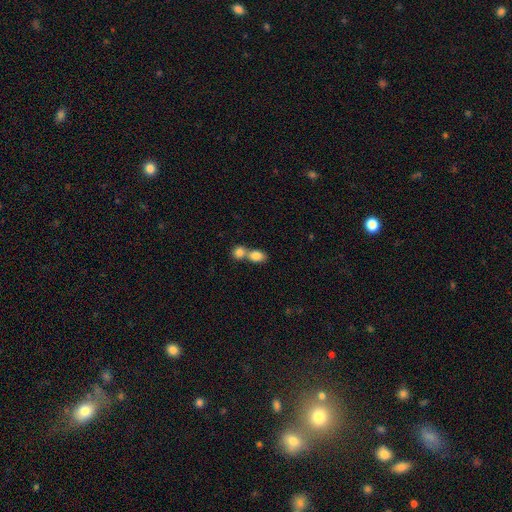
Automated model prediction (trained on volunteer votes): Smooth or featured?
  - smooth: 83% *
  - featured or disk: 9%
  - star or artifact: 8%
How rounded?
  - in between: 67% *
  - round: 31%
  - cigar-shaped: 2%
Merging?
  - merger: 62% *
  - none: 29%
  - minor disturbance: 6%
  - major disturbance: 3%